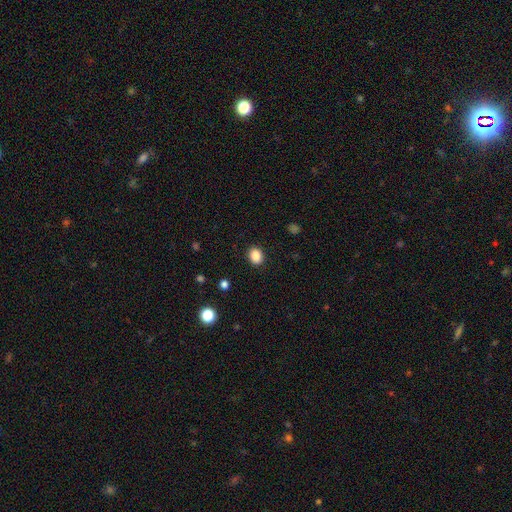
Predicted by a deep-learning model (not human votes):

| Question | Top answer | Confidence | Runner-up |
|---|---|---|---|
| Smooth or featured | smooth | 87% | star or artifact (9%) |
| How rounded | in between | 58% | round (41%) |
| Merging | none | 89% | minor disturbance (7%) |